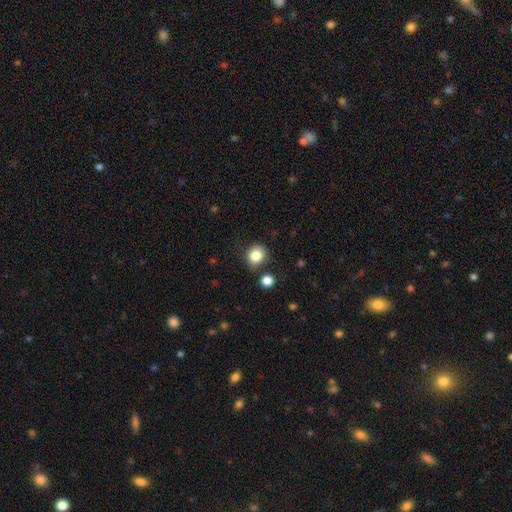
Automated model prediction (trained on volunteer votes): smooth-or-featured: smooth: 84% | star or artifact: 11% | featured or disk: 6%
  how-rounded: round: 83% | in between: 16% | cigar-shaped: 1%
  merging: none: 81% | minor disturbance: 10% | merger: 5% | major disturbance: 3%